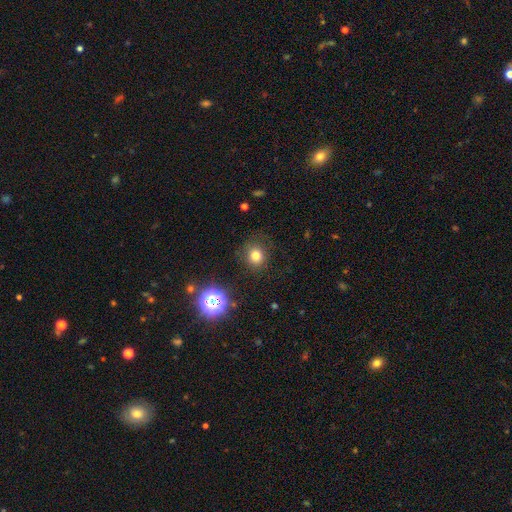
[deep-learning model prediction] A smooth galaxy with no disk features (76%) that is round (85%).

Vote fractions:
- Smooth or featured? smooth: 76% / star or artifact: 17% / featured or disk: 7%
- How rounded? round: 85% / in between: 14% / cigar-shaped: 1%
- Merging? none: 84% / minor disturbance: 10% / major disturbance: 4% / merger: 1%